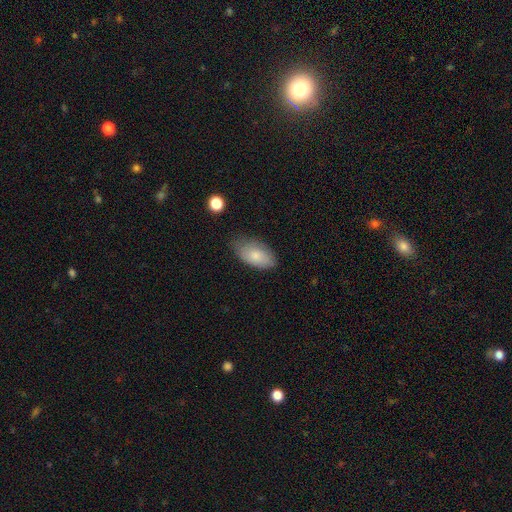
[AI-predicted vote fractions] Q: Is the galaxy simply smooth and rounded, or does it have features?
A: smooth — 80%.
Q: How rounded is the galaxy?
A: in between — 94%.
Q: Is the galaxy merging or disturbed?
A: none — 64%.